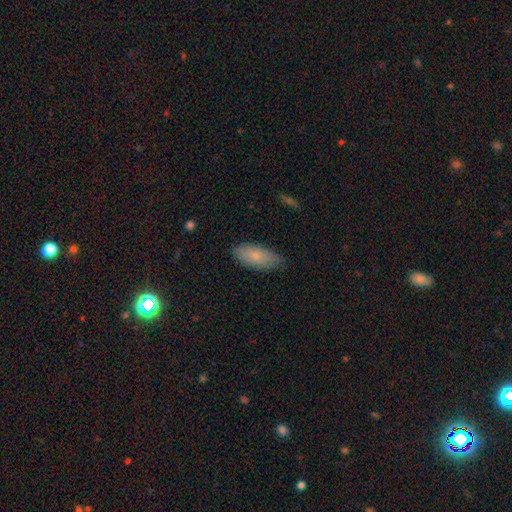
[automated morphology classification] smooth 77%, featured or disk 15%, star or artifact 7%. Down the decision tree: how rounded — in between (85%); merging — none (81%).